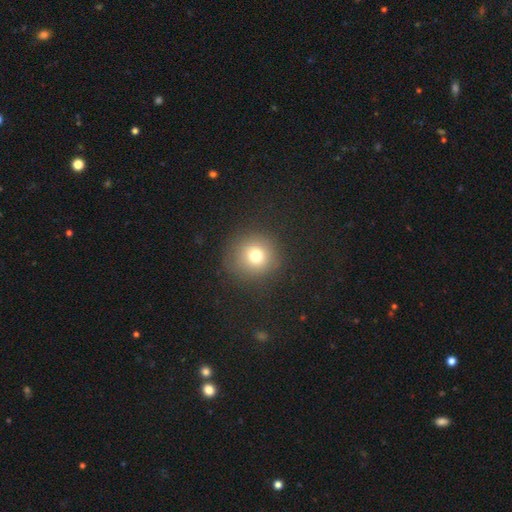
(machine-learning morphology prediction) A smooth galaxy with no disk features (74%) that is round (93%).

Vote fractions:
- Smooth or featured? smooth: 74% / star or artifact: 15% / featured or disk: 10%
- How rounded? round: 93% / in between: 6% / cigar-shaped: 1%
- Merging? none: 87% / minor disturbance: 8% / major disturbance: 4% / merger: 1%